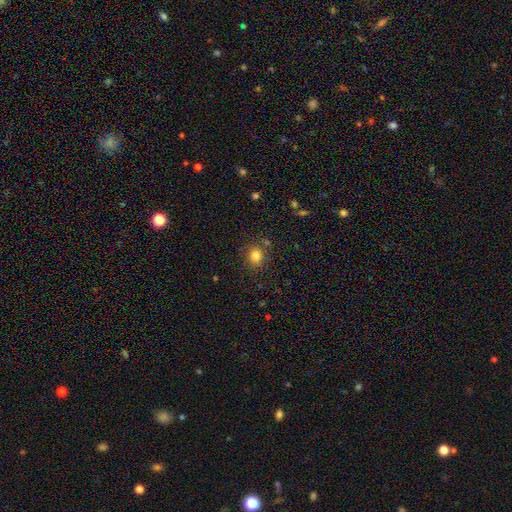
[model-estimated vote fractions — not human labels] smooth 80%, star or artifact 13%, featured or disk 6%. Down the decision tree: how rounded — round (77%); merging — none (80%).